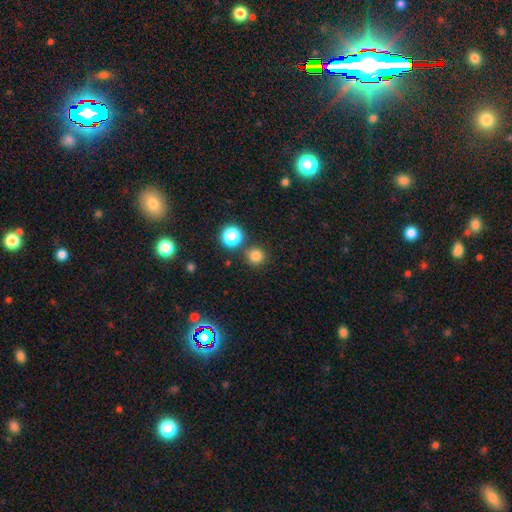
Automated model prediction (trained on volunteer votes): Smooth or featured? Predicted: smooth (p=0.77). How rounded? Predicted: round (p=0.95). Merging? Predicted: none (p=0.83).